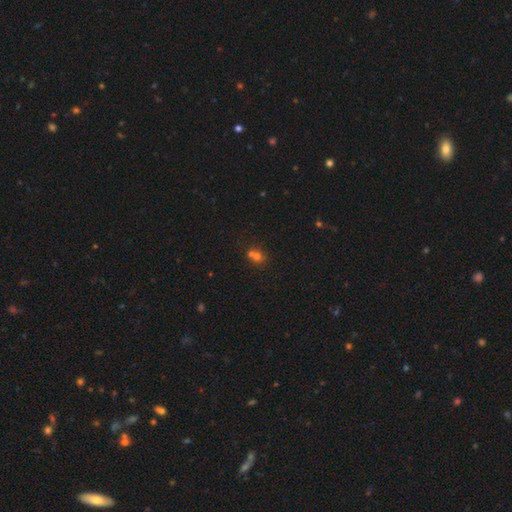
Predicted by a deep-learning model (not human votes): The model was most divided on "merging": merger: 52%, none: 37%, minor disturbance: 8%, major disturbance: 4%. More confident: how rounded — round (70%); smooth or featured — smooth (66%).